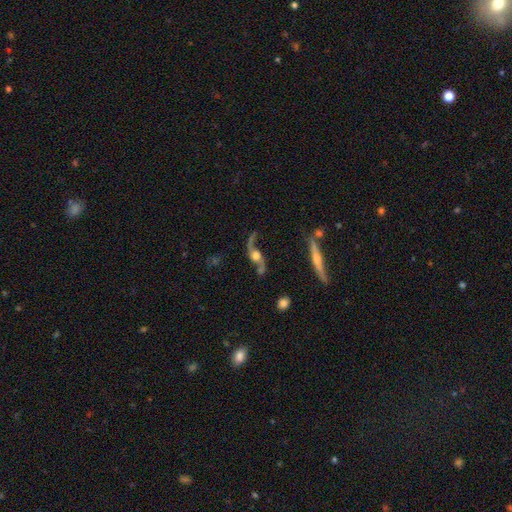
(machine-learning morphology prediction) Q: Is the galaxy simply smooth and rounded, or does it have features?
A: featured or disk — 88%.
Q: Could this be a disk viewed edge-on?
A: no — 85%.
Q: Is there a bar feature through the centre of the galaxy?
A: no — 67%.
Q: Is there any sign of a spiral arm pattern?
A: yes — 96%.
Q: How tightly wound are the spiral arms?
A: loose — 89%.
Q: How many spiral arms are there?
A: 2 — 94%.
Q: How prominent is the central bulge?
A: moderate — 48%.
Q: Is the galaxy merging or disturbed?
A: none — 70%.